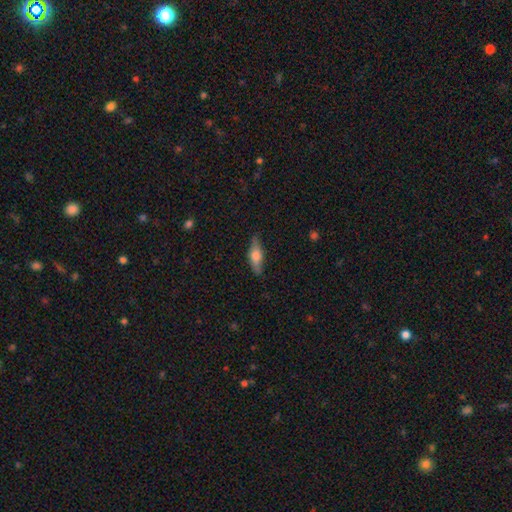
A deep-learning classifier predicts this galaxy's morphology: A smooth galaxy with no disk features (57%) that is in between round and cigar-shaped (51%).

Vote fractions:
- Smooth or featured? smooth: 57% / featured or disk: 37% / star or artifact: 6%
- How rounded? in between: 51% / cigar-shaped: 46% / round: 3%
- Merging? none: 83% / minor disturbance: 13% / major disturbance: 3% / merger: 1%